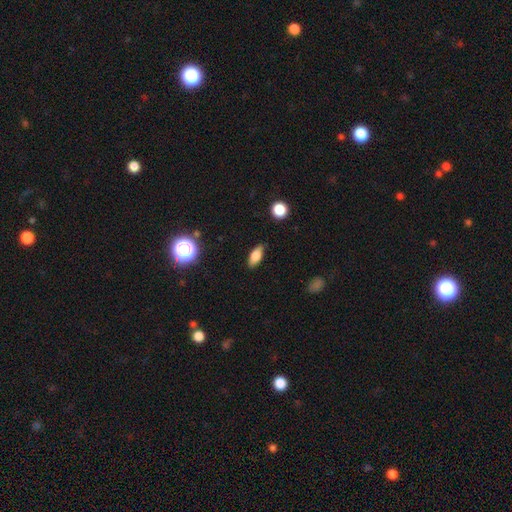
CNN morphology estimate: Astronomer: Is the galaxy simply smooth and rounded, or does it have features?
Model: smooth — 74%.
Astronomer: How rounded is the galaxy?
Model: in between — 79%.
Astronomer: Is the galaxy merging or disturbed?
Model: none — 83%.